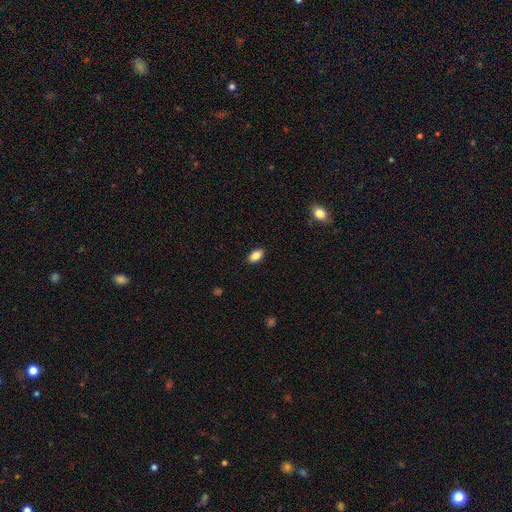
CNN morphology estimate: type=smooth (88%); roundness=in between (92%); merging=none (89%).